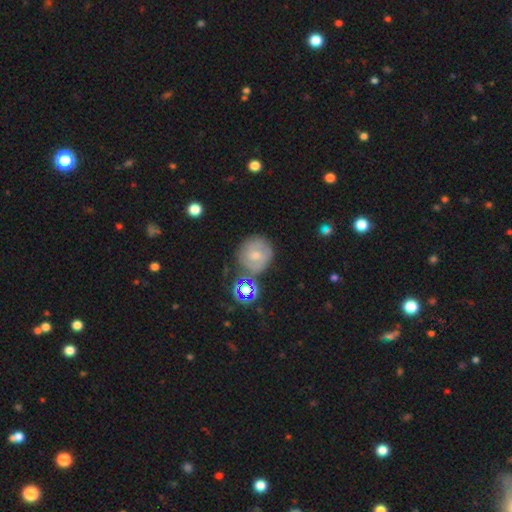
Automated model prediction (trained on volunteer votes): Morphology: type=featured or disk (53%); edge-on=no (97%); bar=no (46%); spiral arms=yes (81%); bulge=small (54%); merging=none (64%).